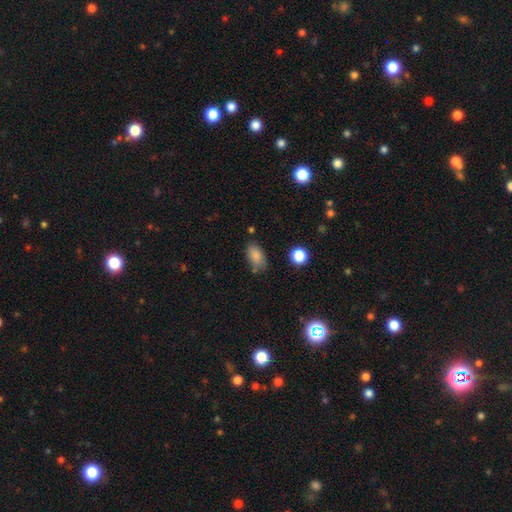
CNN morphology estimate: Overall: smooth (84%). How rounded: in between (90%). Merging: none (68%).